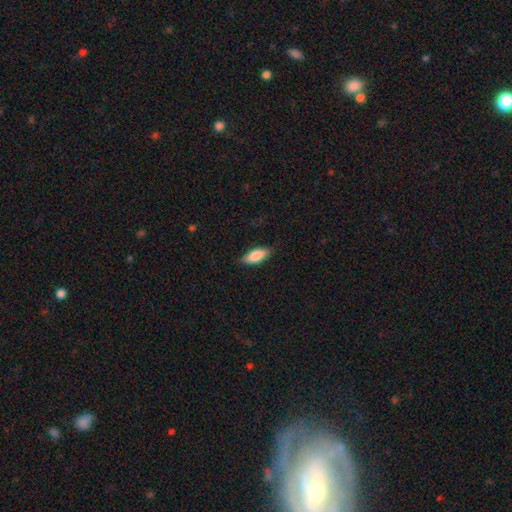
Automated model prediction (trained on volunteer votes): This appears to be a smooth galaxy with no disk features (85%) that is in between round and cigar-shaped (80%). Merging: none (81%).